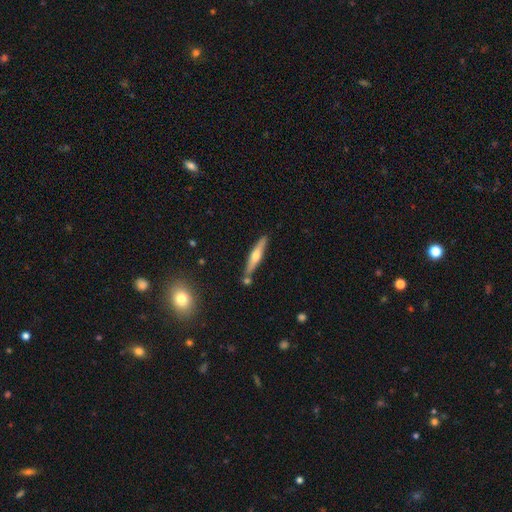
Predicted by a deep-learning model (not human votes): featured or disk 54%, smooth 40%, star or artifact 6%. Down the decision tree: edge-on disk — yes (95%); edge-on bulge — rounded (88%); merging — none (80%).